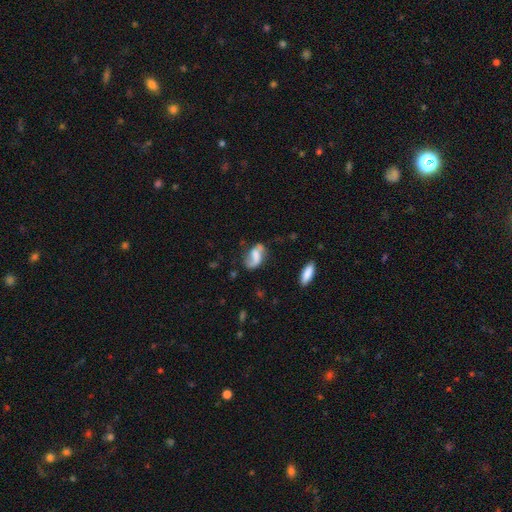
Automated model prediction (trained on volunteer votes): featured or disk 52%, smooth 39%, star or artifact 9%. Down the decision tree: edge-on disk — no (95%); merging — none (54%).